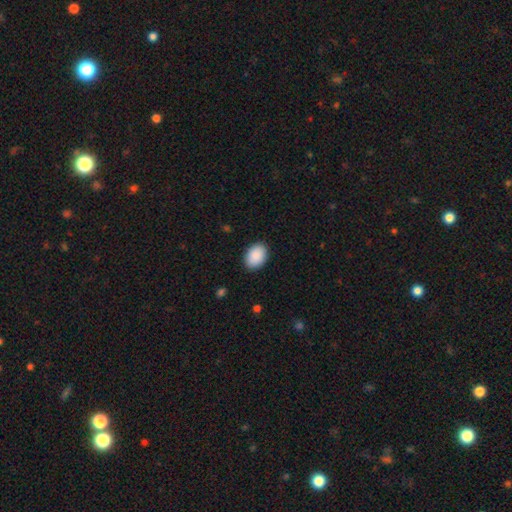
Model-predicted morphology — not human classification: A smooth galaxy with no disk features (91%) that is in between round and cigar-shaped (80%).

Vote fractions:
- Smooth or featured? smooth: 91% / star or artifact: 6% / featured or disk: 3%
- How rounded? in between: 80% / round: 20% / cigar-shaped: 1%
- Merging? none: 88% / minor disturbance: 9% / major disturbance: 2% / merger: 1%